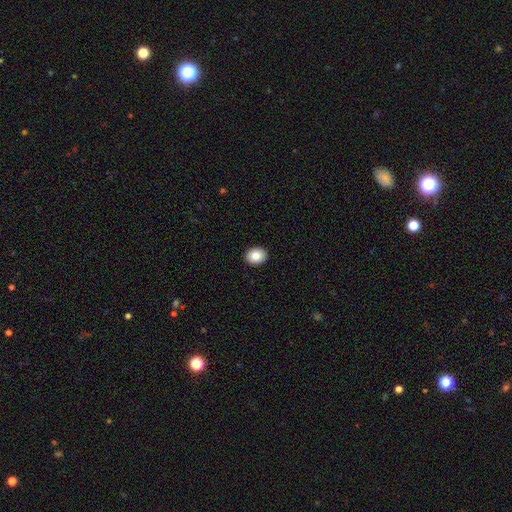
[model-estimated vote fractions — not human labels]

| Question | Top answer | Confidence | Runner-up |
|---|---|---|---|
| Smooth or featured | smooth | 84% | star or artifact (8%) |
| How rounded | round | 54% | in between (45%) |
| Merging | none | 92% | minor disturbance (5%) |